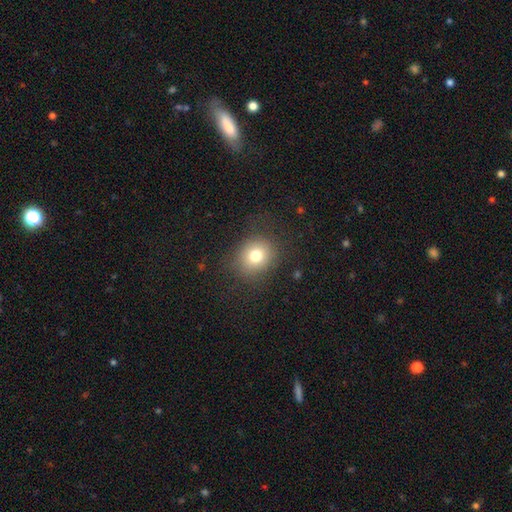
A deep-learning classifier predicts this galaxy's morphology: The model was most divided on "how rounded": round: 74%, in between: 25%, cigar-shaped: 1%. More confident: merging — none (81%); smooth or featured — smooth (76%).